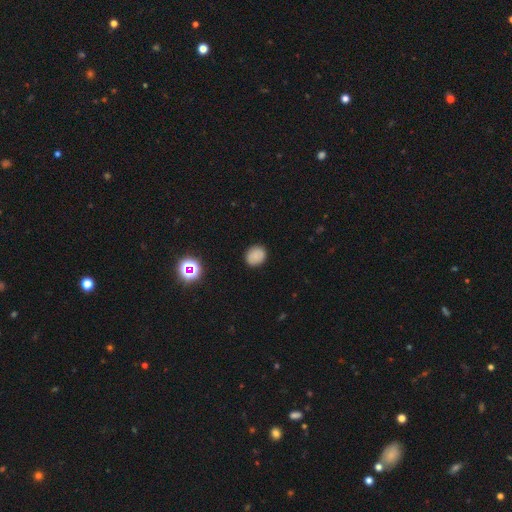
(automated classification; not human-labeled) Smooth or featured: smooth — 81% (star or artifact — 12%)
How rounded: round — 66% (in between — 33%)
Merging: none — 87% (minor disturbance — 9%)